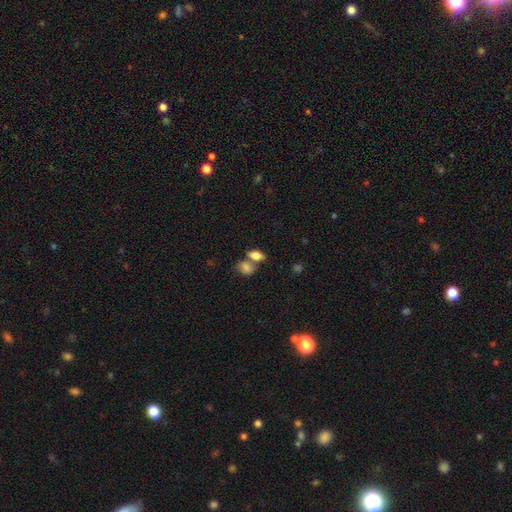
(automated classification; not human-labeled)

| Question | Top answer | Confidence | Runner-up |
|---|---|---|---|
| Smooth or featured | smooth | 80% | featured or disk (11%) |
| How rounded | in between | 84% | round (12%) |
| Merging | merger | 44% | none (42%) |